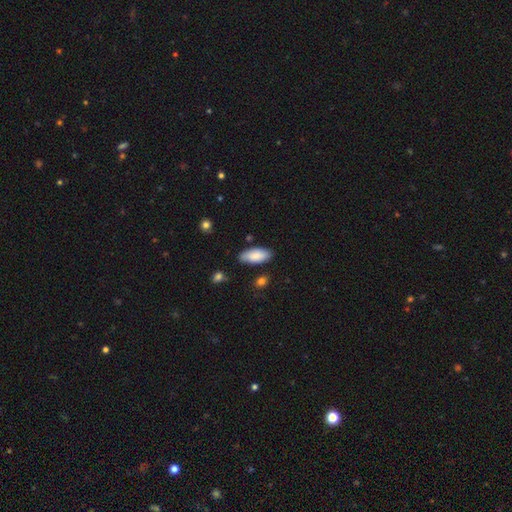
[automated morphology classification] Smooth or featured: smooth — 85% (featured or disk — 9%)
How rounded: in between — 87% (cigar-shaped — 11%)
Merging: none — 82% (minor disturbance — 13%)